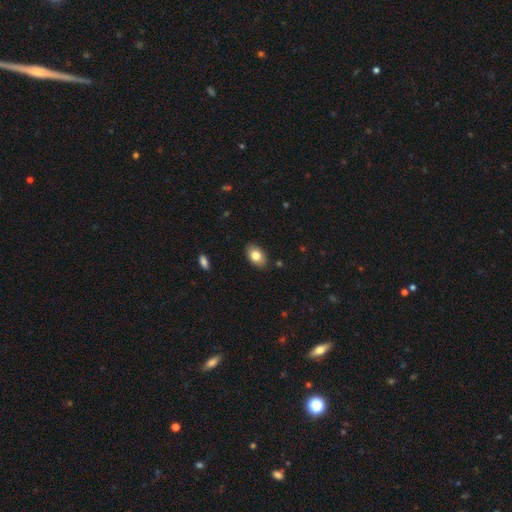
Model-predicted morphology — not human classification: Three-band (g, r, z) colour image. It shows a smooth galaxy with no disk features (81%) that is in between round and cigar-shaped (88%). Merging: none (87%).